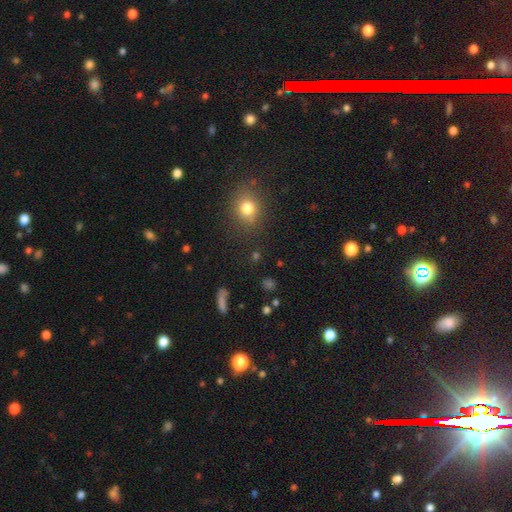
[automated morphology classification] Overall: smooth (58%; star or artifact 33%). How rounded: round (72%). Merging: none (85%).